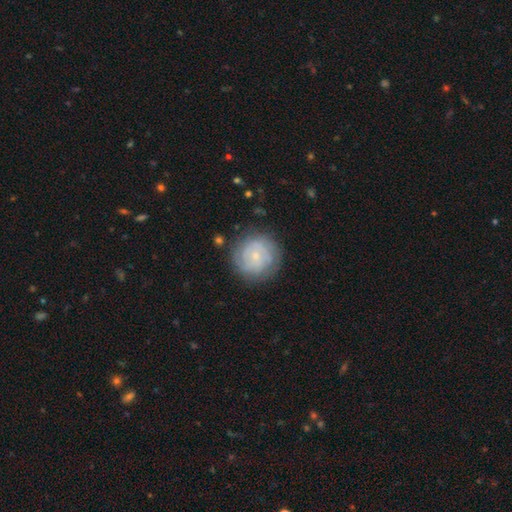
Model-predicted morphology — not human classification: featured or disk 62%, smooth 31%, star or artifact 7%. Down the decision tree: edge-on disk — no (98%); bar — no (77%); spiral arms — yes (84%); spiral arm count — can't tell (41%); spiral winding — tight (72%); bulge size — small (76%); merging — none (80%).